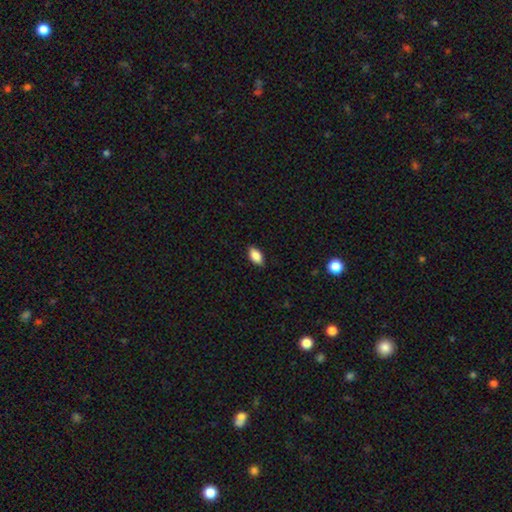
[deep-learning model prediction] Morphology: type=smooth (85%); roundness=in between (90%); merging=none (85%).